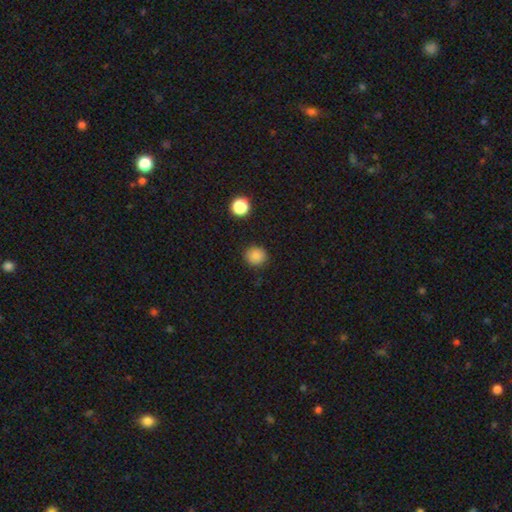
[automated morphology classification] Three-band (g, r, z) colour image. It shows a smooth galaxy with no disk features (85%) that is round (87%). Merging: none (89%).